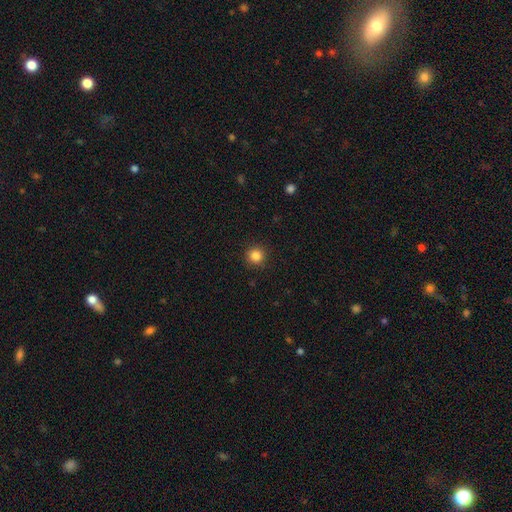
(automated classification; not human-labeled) Smooth or featured?
  - smooth: 85% *
  - star or artifact: 11%
  - featured or disk: 4%
How rounded?
  - round: 94% *
  - in between: 5%
  - cigar-shaped: 1%
Merging?
  - none: 92% *
  - minor disturbance: 5%
  - major disturbance: 2%
  - merger: 1%